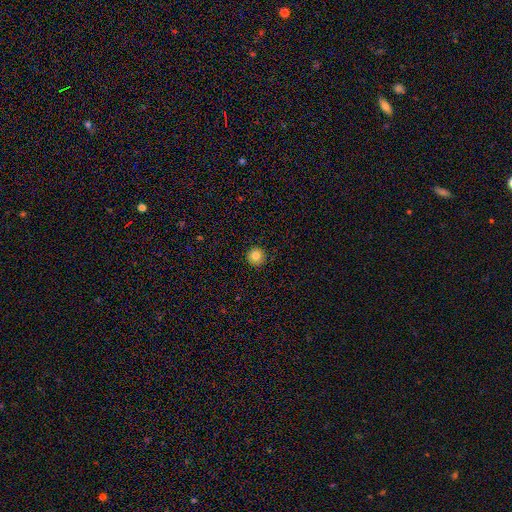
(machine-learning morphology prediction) Smooth or featured? Predicted: smooth (p=0.83). How rounded? Predicted: round (p=0.95). Merging? Predicted: none (p=0.92).